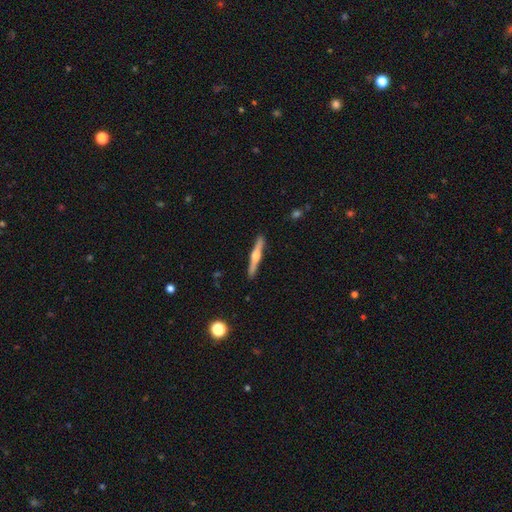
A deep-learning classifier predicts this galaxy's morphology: type=featured or disk (67%); edge-on=yes (98%); edge-on bulge=rounded (91%); merging=none (91%).